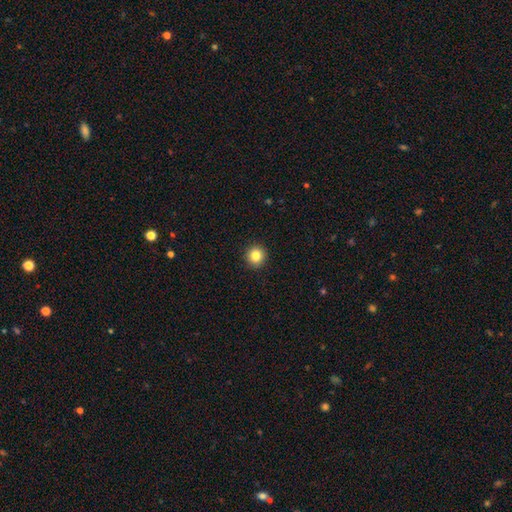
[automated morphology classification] A smooth galaxy with no disk features (84%) that is round (94%). Merging: none (93%).